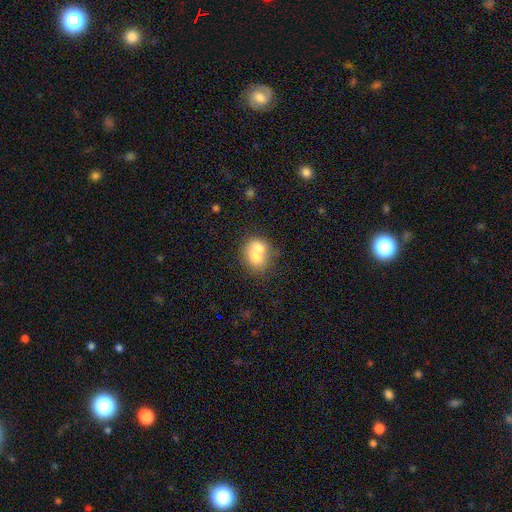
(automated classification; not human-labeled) This appears to be a smooth galaxy with no disk features (67%) that is round (51%). Merging: merger (61%).